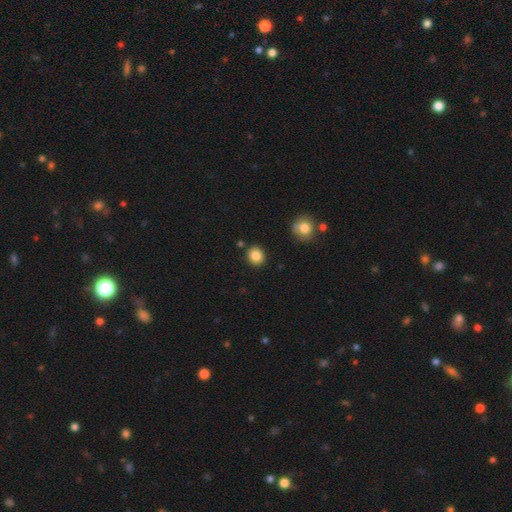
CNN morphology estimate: smooth_or_featured: smooth (p=0.85) [alt: star or artifact p=0.10]
how_rounded: round (p=0.83) [alt: in between p=0.16]
merging: none (p=0.88) [alt: minor disturbance p=0.07]